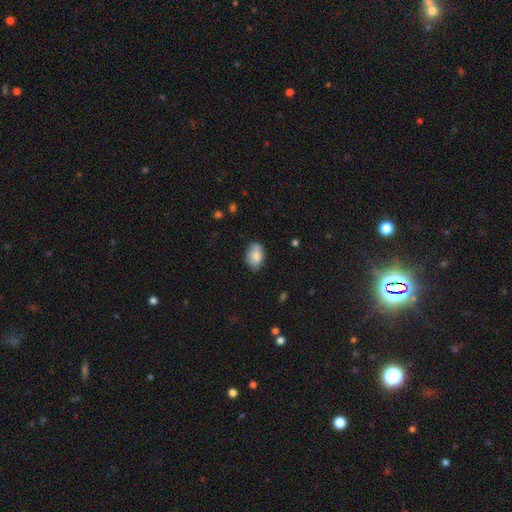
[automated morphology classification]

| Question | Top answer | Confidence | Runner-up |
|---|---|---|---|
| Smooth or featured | smooth | 83% | featured or disk (11%) |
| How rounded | in between | 88% | round (11%) |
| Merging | none | 79% | minor disturbance (17%) |